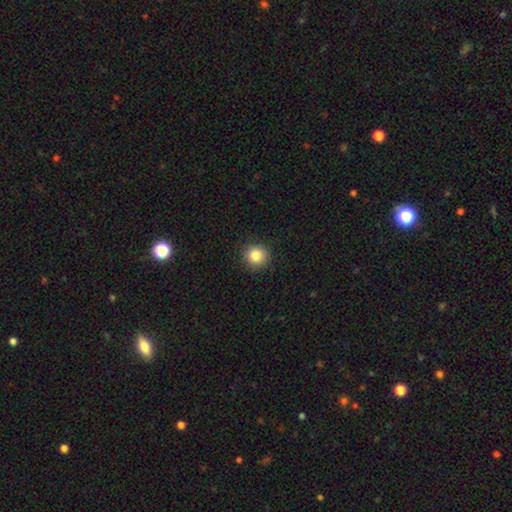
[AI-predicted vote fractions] Smooth or featured? Predicted: smooth (p=0.84). How rounded? Predicted: round (p=0.94). Merging? Predicted: none (p=0.91).